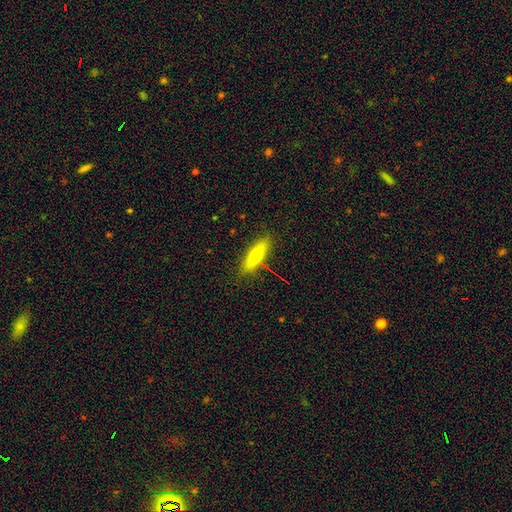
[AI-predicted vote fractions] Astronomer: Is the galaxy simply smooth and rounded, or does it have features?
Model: smooth — 59%.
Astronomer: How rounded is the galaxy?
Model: cigar-shaped — 58% (runner-up: in between, 39%).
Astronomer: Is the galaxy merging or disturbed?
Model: none — 82%.